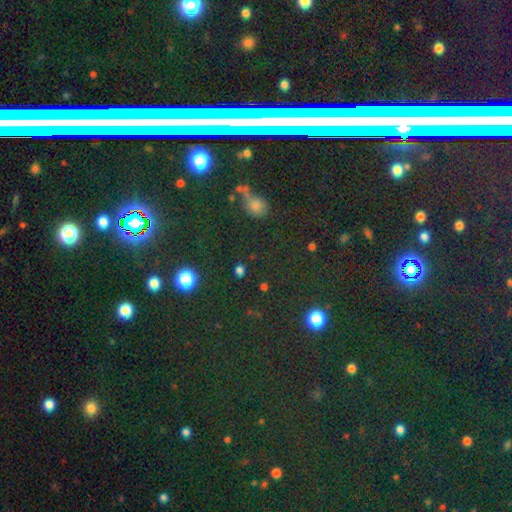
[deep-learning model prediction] Smooth or featured?
  - star or artifact: 72% *
  - smooth: 17%
  - featured or disk: 11%